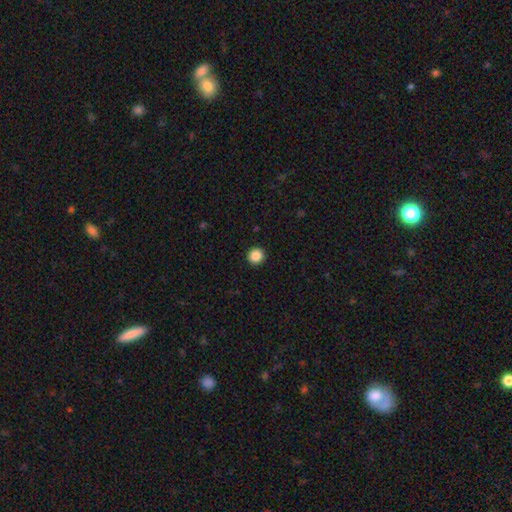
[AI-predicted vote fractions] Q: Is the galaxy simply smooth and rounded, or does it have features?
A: smooth — 87%.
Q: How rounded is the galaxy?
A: round — 95%.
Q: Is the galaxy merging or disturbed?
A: none — 93%.